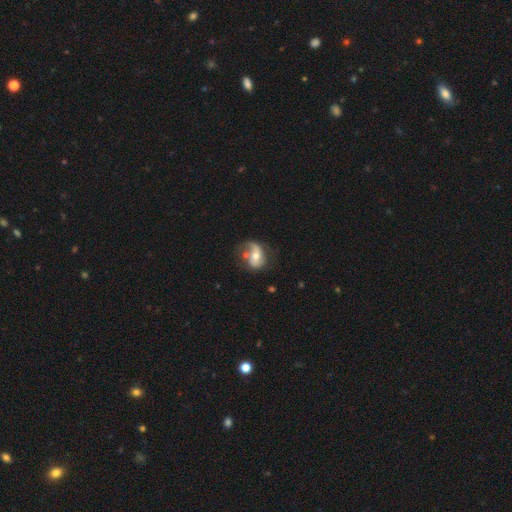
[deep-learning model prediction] A featured or disk galaxy (67%) with no bar (51%), 2 (56%) loose (54%) spiral arms (83%) and a moderate central bulge (64%).

Vote fractions:
- Smooth or featured? featured or disk: 67% / smooth: 26% / star or artifact: 7%
- Edge-on disk? no: 96% / yes: 4%
- Bar? no: 51% / weak: 33% / strong: 15%
- Spiral arms? yes: 83% / no: 17%
- Spiral winding? loose: 54% / medium: 33% / tight: 13%
- Spiral arm count? 2: 56% / 1: 33% / can't tell: 8% / 3: 1% / 4: 1% / more than 4: 1%
- Bulge size? moderate: 64% / small: 27% / large: 5% / none: 2% / dominant: 1%
- Merging? none: 44% / minor disturbance: 26% / major disturbance: 23% / merger: 7%